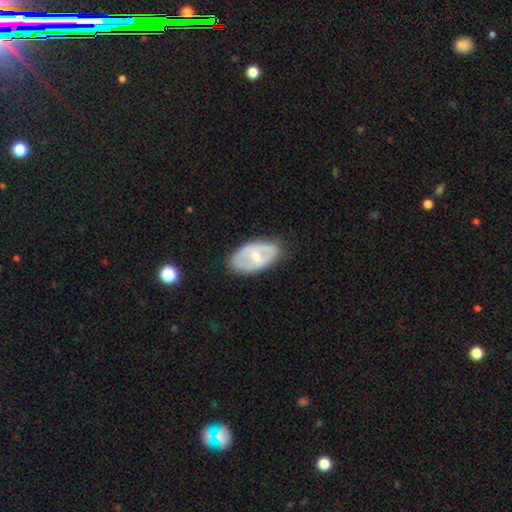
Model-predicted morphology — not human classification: Smooth or featured?
  - featured or disk: 52% *
  - smooth: 43%
  - star or artifact: 6%
Edge-on disk?
  - no: 91% *
  - yes: 9%
Merging?
  - none: 72% *
  - minor disturbance: 20%
  - major disturbance: 6%
  - merger: 2%